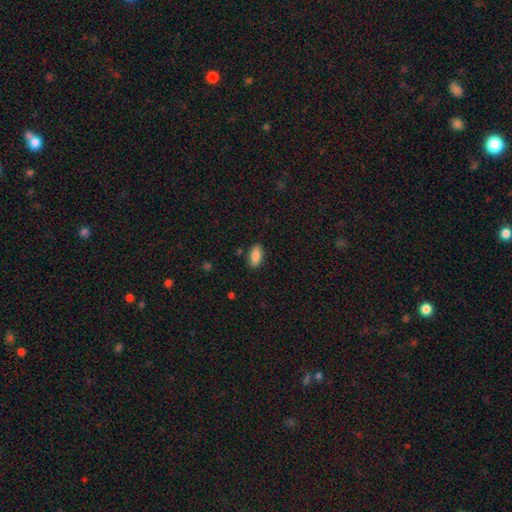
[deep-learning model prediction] smooth 86%, featured or disk 7%, star or artifact 7%. Down the decision tree: how rounded — in between (88%); merging — none (86%).